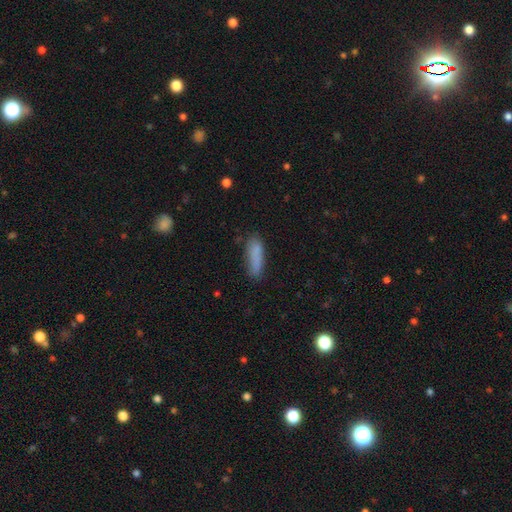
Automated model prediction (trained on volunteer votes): A smooth galaxy with no disk features (83%) that is cigar-shaped (62%).

Vote fractions:
- Smooth or featured? smooth: 83% / featured or disk: 9% / star or artifact: 8%
- How rounded? cigar-shaped: 62% / in between: 36% / round: 2%
- Merging? none: 72% / minor disturbance: 20% / major disturbance: 5% / merger: 3%